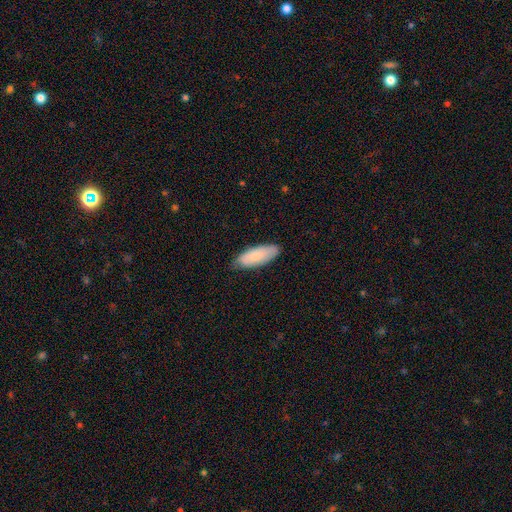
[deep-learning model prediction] Smooth or featured?
  - smooth: 83% *
  - featured or disk: 12%
  - star or artifact: 6%
How rounded?
  - in between: 75% *
  - cigar-shaped: 24%
  - round: 2%
Merging?
  - none: 77% *
  - minor disturbance: 20%
  - major disturbance: 3%
  - merger: 1%